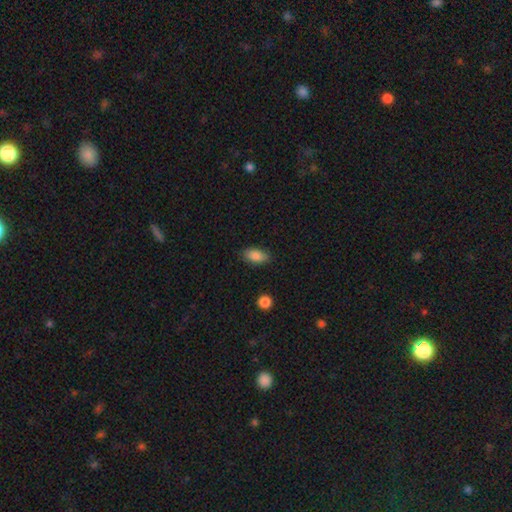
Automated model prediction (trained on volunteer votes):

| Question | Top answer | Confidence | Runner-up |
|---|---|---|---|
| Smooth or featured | smooth | 86% | star or artifact (8%) |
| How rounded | in between | 90% | cigar-shaped (5%) |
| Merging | none | 85% | minor disturbance (11%) |